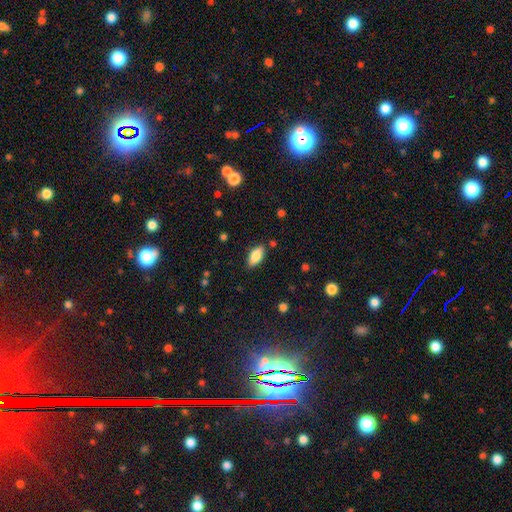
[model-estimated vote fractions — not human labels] Overall: smooth (82%). How rounded: in between (89%). Merging: none (84%).